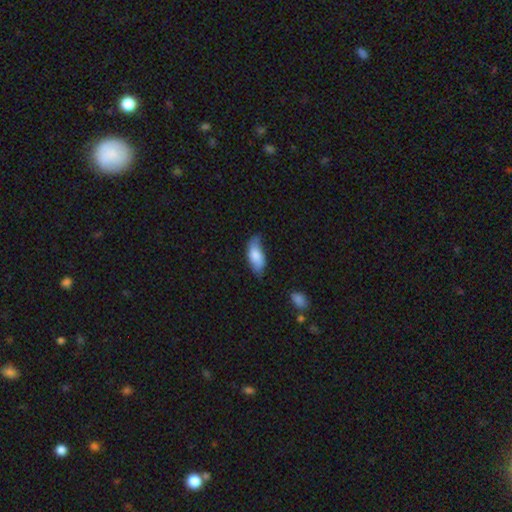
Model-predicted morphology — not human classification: A smooth galaxy with no disk features (78%) that is in between round and cigar-shaped (86%).

Vote fractions:
- Smooth or featured? smooth: 78% / featured or disk: 16% / star or artifact: 6%
- How rounded? in between: 86% / cigar-shaped: 12% / round: 2%
- Merging? none: 55% / minor disturbance: 35% / major disturbance: 8% / merger: 3%